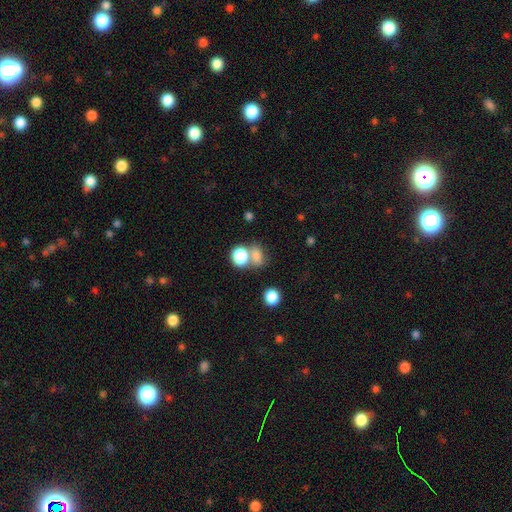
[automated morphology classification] Overall: smooth (77%). How rounded: in between (51%; round 47%). Merging: merger (43%, tied with none).